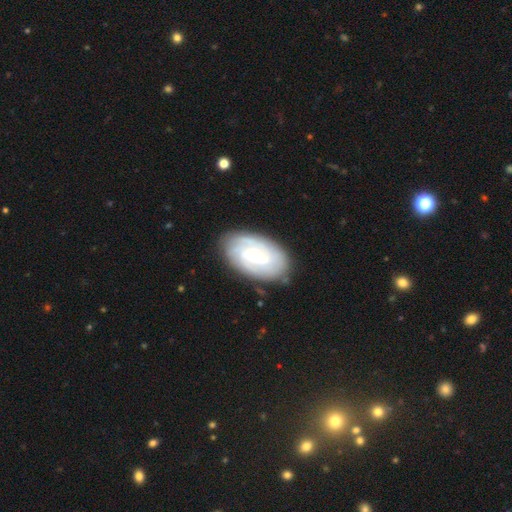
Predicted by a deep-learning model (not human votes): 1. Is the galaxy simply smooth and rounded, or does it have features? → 80% featured or disk, 15% smooth, 5% star or artifact.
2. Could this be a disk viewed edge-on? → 96% no, 4% yes.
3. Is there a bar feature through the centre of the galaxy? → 54% weak, 28% strong, 19% no.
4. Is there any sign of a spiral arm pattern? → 93% yes, 7% no.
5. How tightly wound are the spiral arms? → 59% tight, 30% medium, 11% loose.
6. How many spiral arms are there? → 34% 2, 30% can't tell, 18% 3, 10% 4, 4% more than 4, 4% 1.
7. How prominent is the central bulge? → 48% small (tied), 48% moderate (tied), 2% large, 1% none, 1% dominant.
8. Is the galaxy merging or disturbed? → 84% none, 12% minor disturbance, 3% major disturbance, 1% merger.